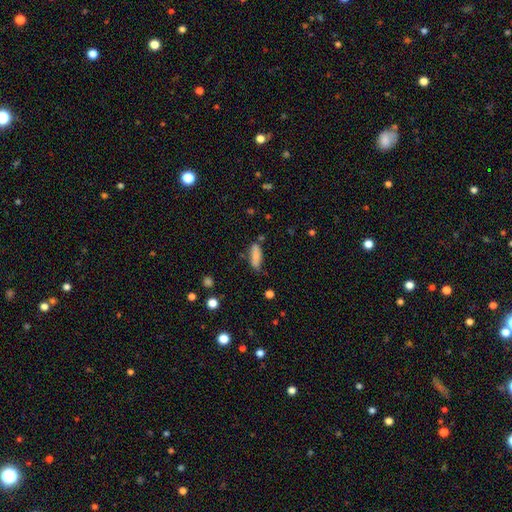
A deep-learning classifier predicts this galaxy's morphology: smooth-or-featured: smooth: 81% | featured or disk: 12% | star or artifact: 7%
  how-rounded: in between: 59% | cigar-shaped: 38% | round: 2%
  merging: none: 70% | minor disturbance: 20% | merger: 5% | major disturbance: 5%